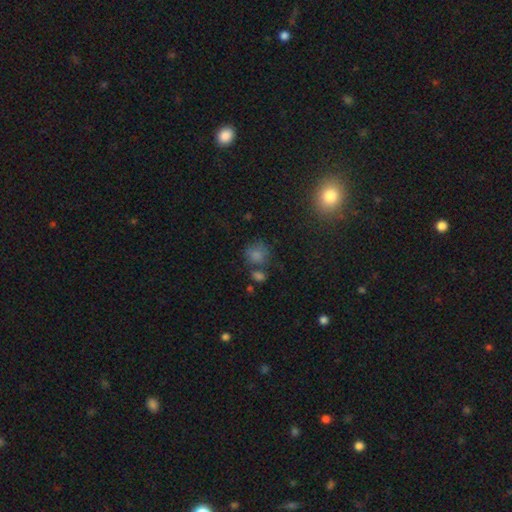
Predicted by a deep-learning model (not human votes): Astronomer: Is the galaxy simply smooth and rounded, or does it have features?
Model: smooth — 68%.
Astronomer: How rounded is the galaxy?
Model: round — 82%.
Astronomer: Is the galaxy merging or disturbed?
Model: none — 68%.